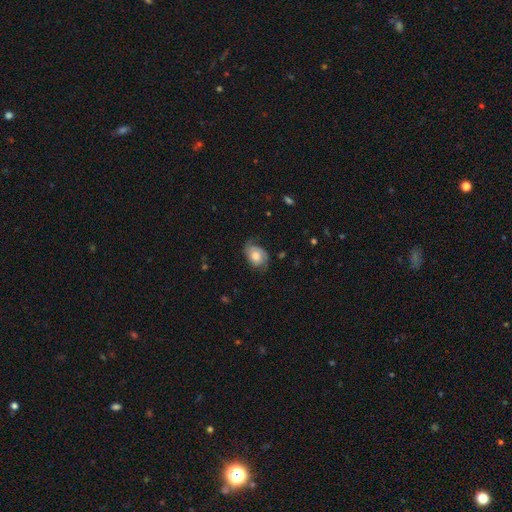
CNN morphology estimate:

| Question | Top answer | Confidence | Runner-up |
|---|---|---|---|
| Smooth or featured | featured or disk | 48% | smooth (44%) |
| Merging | none | 59% | minor disturbance (27%) |